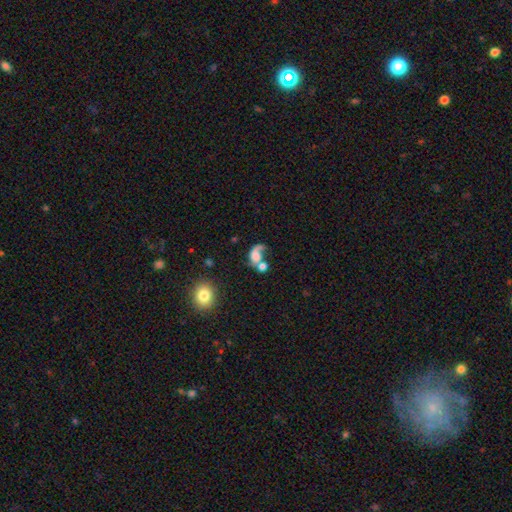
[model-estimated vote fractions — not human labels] Morphology: type=smooth (45%); merging=merger (40%).